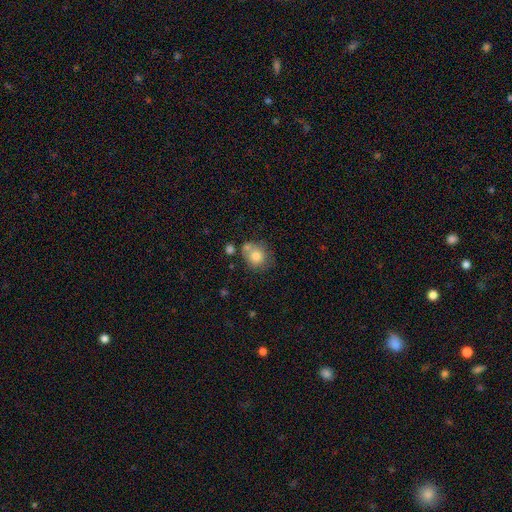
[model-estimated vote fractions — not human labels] A smooth galaxy with no disk features (78%) that is round (74%). Merging: none (52%).